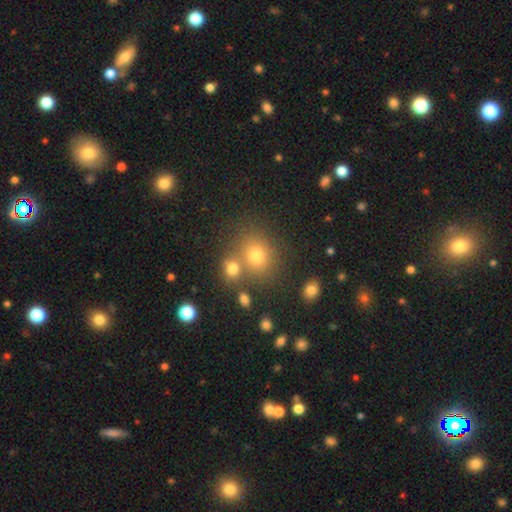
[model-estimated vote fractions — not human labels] This is likely a smooth galaxy (72%). How rounded: likely round (73%). Merging: likely none (64%).